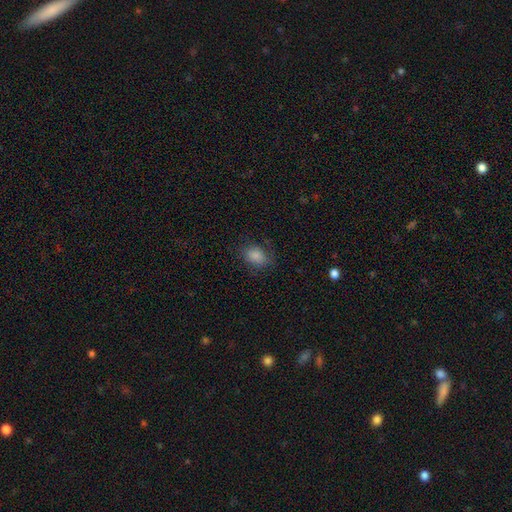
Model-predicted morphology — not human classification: The model was most divided on "how rounded": in between: 74%, round: 25%, cigar-shaped: 1%. More confident: smooth or featured — smooth (85%); merging — none (74%).